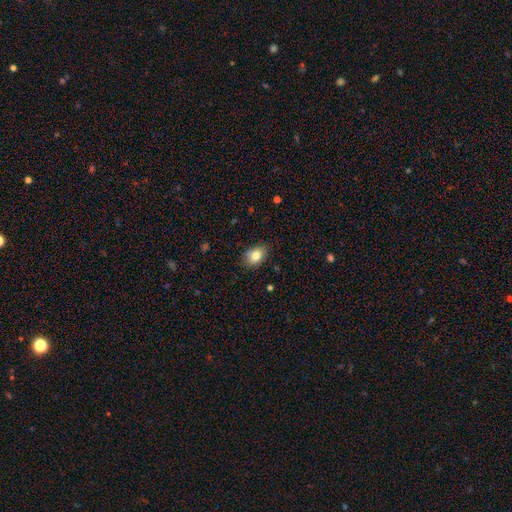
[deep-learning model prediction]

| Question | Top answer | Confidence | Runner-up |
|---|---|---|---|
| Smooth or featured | smooth | 82% | featured or disk (9%) |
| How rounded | in between | 77% | round (22%) |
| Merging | none | 83% | minor disturbance (14%) |